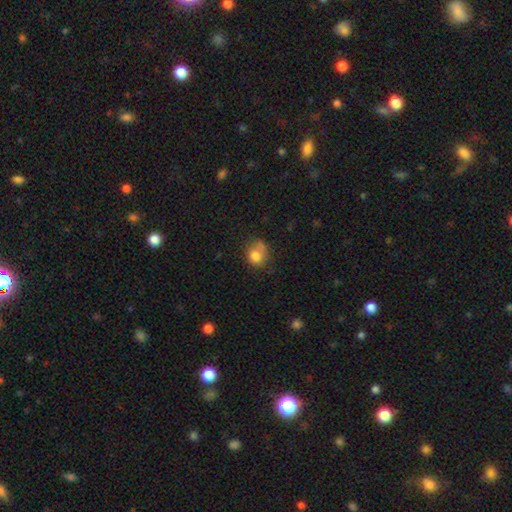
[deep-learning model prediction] smooth 78%, featured or disk 12%, star or artifact 10%. Down the decision tree: how rounded — round (68%); merging — none (46%).